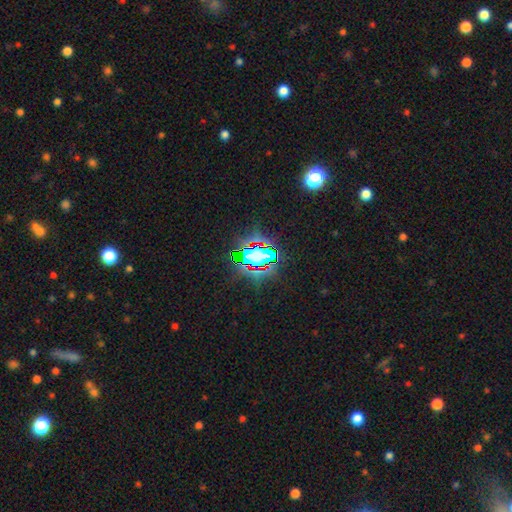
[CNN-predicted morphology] smooth-or-featured: star or artifact: 68% | smooth: 18% | featured or disk: 14%